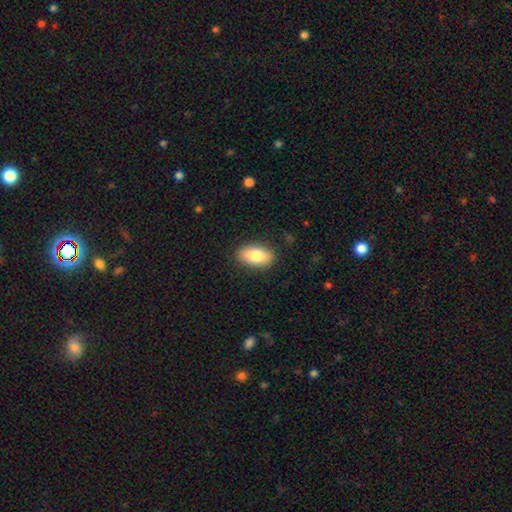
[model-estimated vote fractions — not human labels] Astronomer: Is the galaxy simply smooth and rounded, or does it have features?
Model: smooth — 80%.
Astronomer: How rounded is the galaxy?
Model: in between — 91%.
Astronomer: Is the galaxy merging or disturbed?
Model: none — 87%.